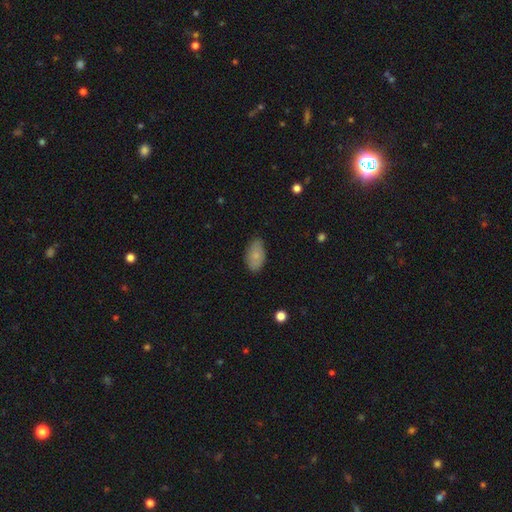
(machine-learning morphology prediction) Smooth or featured: smooth — 76% (featured or disk — 17%)
How rounded: in between — 93% (round — 5%)
Merging: none — 80% (minor disturbance — 16%)